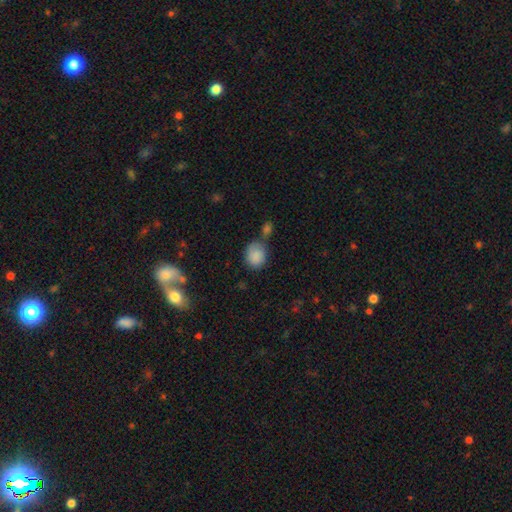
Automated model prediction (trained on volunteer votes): Q: Smooth or featured?
A: smooth (86%); runner-up: star or artifact (8%)
Q: How rounded?
A: round (68%); runner-up: in between (31%)
Q: Merging?
A: none (51%); runner-up: minor disturbance (21%)